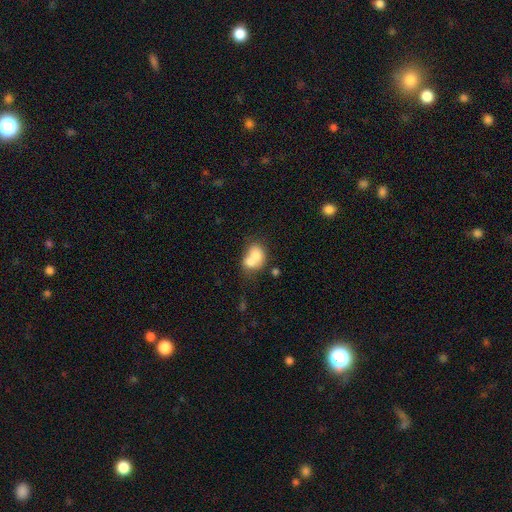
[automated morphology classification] The model was most divided on "how rounded": in between: 50%, round: 49%, cigar-shaped: 1%. More confident: smooth or featured — smooth (70%); merging — merger (69%).